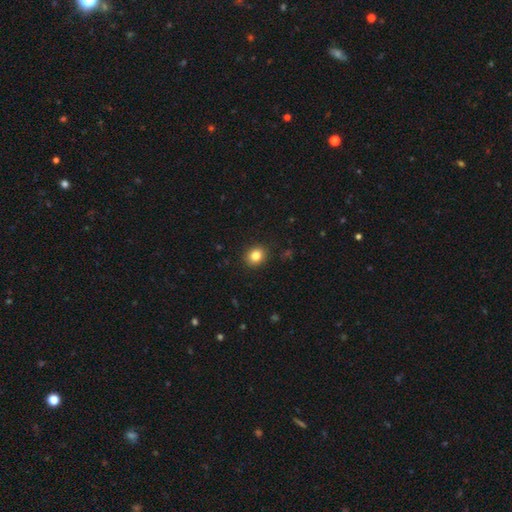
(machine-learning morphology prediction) type=smooth (84%); roundness=round (67%); merging=none (90%).